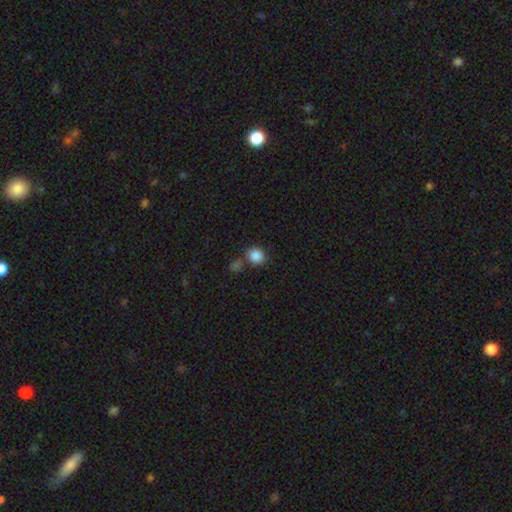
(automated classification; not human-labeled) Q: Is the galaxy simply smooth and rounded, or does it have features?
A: smooth — 87%.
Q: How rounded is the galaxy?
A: round — 79%.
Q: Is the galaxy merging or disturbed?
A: none — 69%.